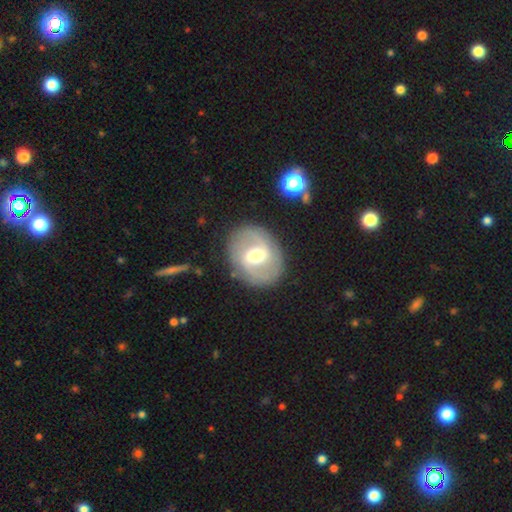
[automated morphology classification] smooth_or_featured: featured or disk (p=0.67) [alt: smooth p=0.27]
disk_edge_on: no (p=0.96) [alt: yes p=0.04]
bar: weak (p=0.54) [alt: strong p=0.29]
has_spiral_arms: yes (p=0.71) [alt: no p=0.29]
bulge_size: moderate (p=0.68) [alt: small p=0.18]
merging: none (p=0.82) [alt: minor disturbance p=0.11]